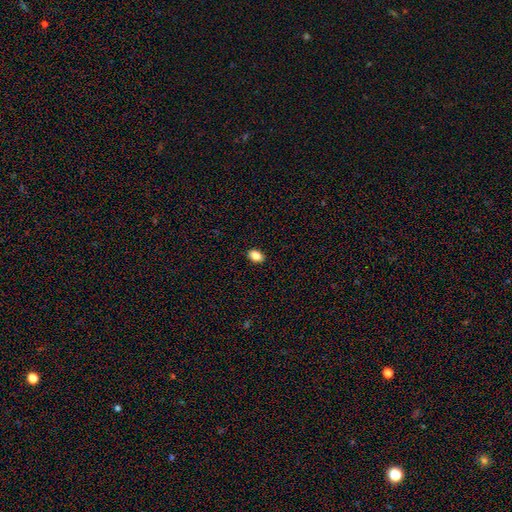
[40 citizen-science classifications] Smooth or featured? smooth (88%)
How rounded? in between (71%)
Merging? none (97%)